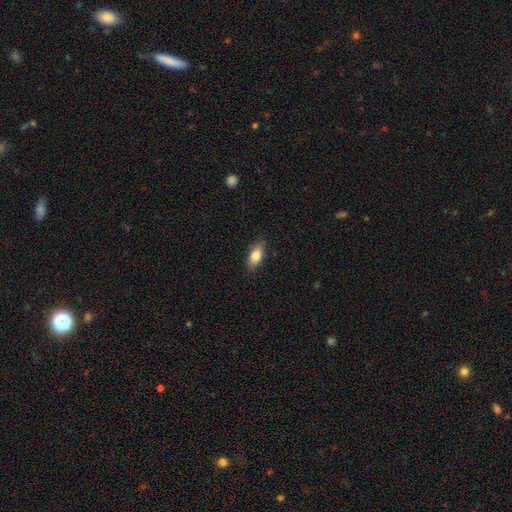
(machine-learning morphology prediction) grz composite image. It shows a smooth galaxy with no disk features (78%) that is in between round and cigar-shaped (82%). Merging: none (87%).